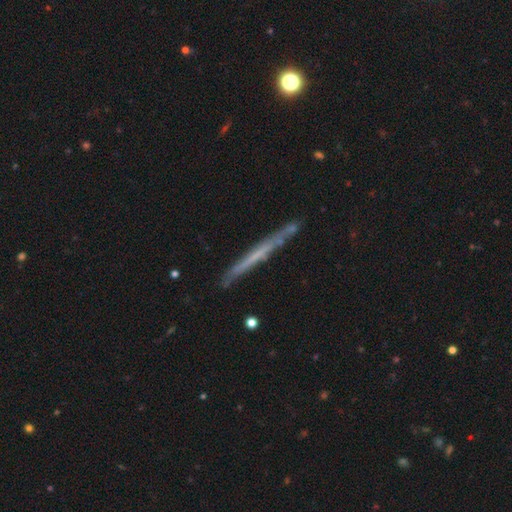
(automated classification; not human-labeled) Smooth or featured? Predicted: featured or disk (p=0.54). Edge-on disk? Predicted: yes (p=0.94). Edge-on bulge? Predicted: none (p=0.89). Merging? Predicted: none (p=0.81).